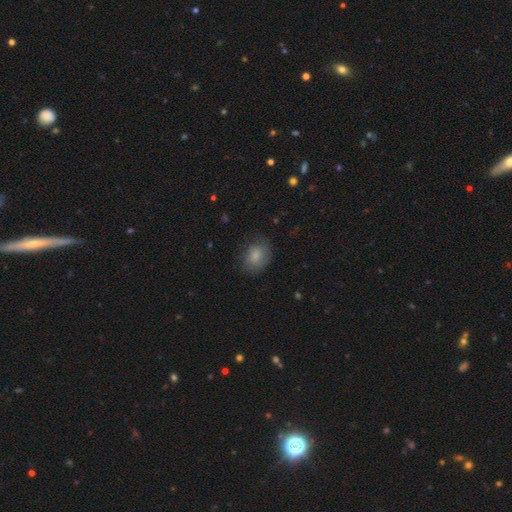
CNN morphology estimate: smooth_or_featured: smooth (p=0.78) [alt: featured or disk p=0.14]
how_rounded: in between (p=0.61) [alt: round p=0.38]
merging: none (p=0.69) [alt: minor disturbance p=0.22]